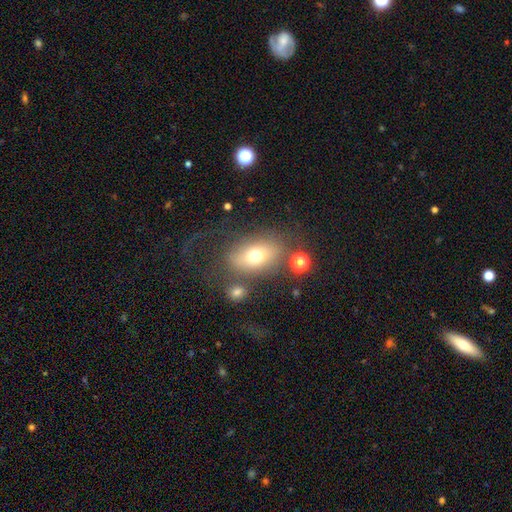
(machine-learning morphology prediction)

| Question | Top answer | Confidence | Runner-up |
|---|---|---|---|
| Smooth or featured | smooth | 68% | featured or disk (20%) |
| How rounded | in between | 75% | round (23%) |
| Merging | none | 63% | minor disturbance (15%) |